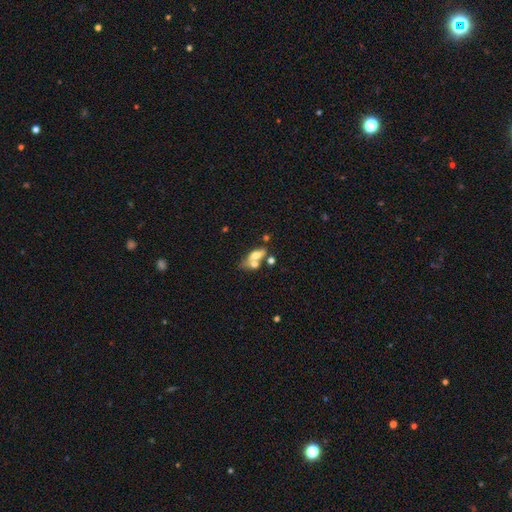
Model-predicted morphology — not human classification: Smooth or featured? smooth (58%)
How rounded? in between (72%)
Merging? merger (49%)